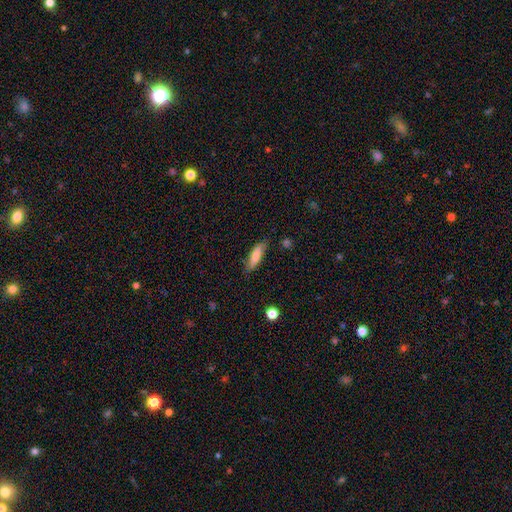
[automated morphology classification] The model was most divided on "how rounded": cigar-shaped: 59%, in between: 39%, round: 2%. More confident: merging — none (78%); smooth or featured — smooth (78%).